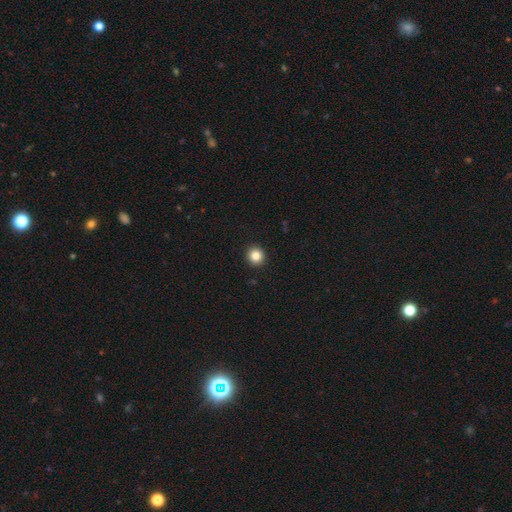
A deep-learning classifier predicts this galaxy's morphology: A smooth galaxy with no disk features (84%) that is round (94%). Merging: none (94%).